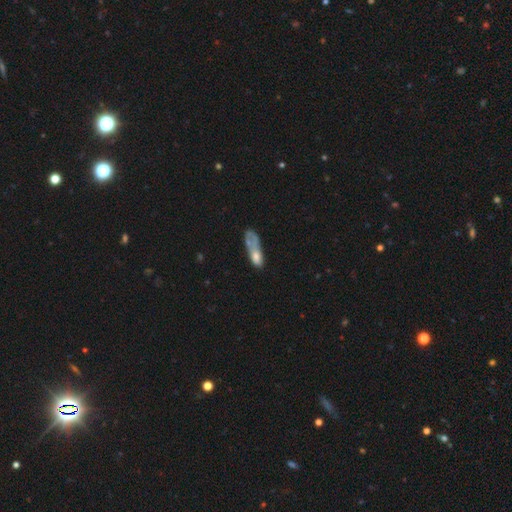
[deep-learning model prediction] Overall: smooth (52%; featured or disk 37%). How rounded: in between (60%; cigar-shaped 36%). Merging: major disturbance (36%; none 25%).